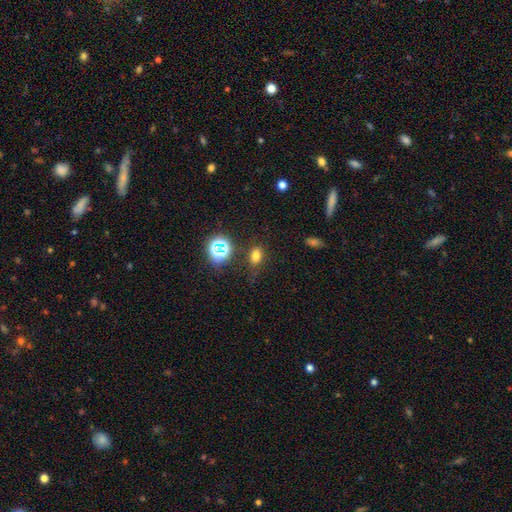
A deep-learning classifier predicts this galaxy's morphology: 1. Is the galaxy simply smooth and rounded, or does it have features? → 70% smooth, 22% star or artifact, 8% featured or disk.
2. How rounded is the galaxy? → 74% in between, 24% round, 2% cigar-shaped.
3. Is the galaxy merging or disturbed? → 74% none, 15% minor disturbance, 6% major disturbance, 4% merger.